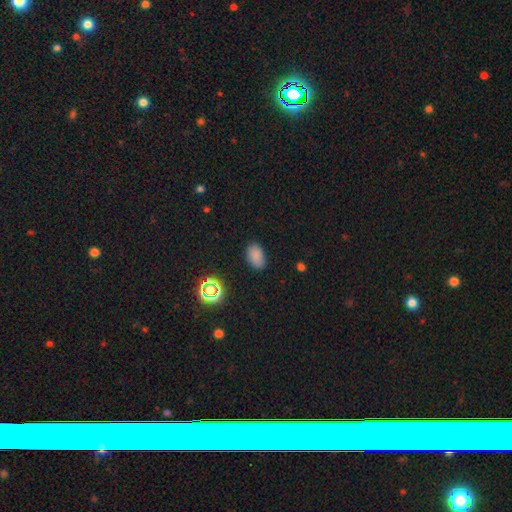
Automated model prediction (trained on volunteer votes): Q: Smooth or featured?
A: smooth (81%); runner-up: star or artifact (14%)
Q: How rounded?
A: in between (90%); runner-up: round (9%)
Q: Merging?
A: none (82%); runner-up: minor disturbance (13%)